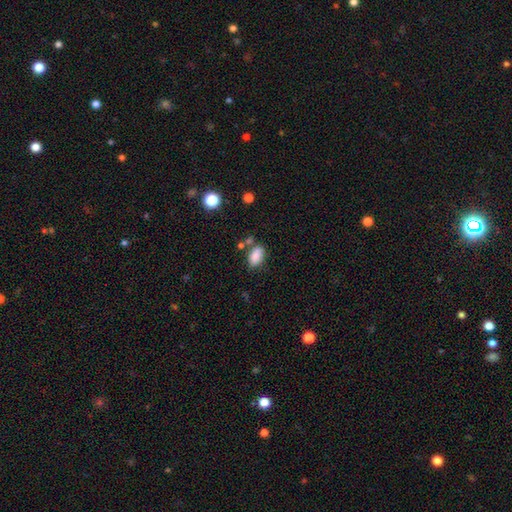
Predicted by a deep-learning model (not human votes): This is clearly a smooth galaxy (85%). How rounded: clearly in between (90%). Merging: likely none (65%).